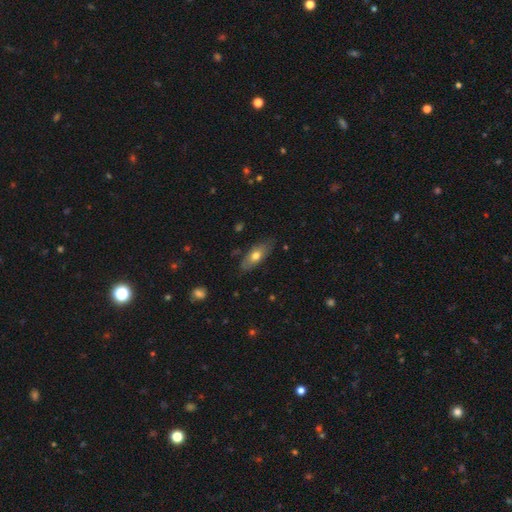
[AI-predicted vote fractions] Overall: smooth (64%; featured or disk 29%). How rounded: in between (77%). Merging: none (79%).